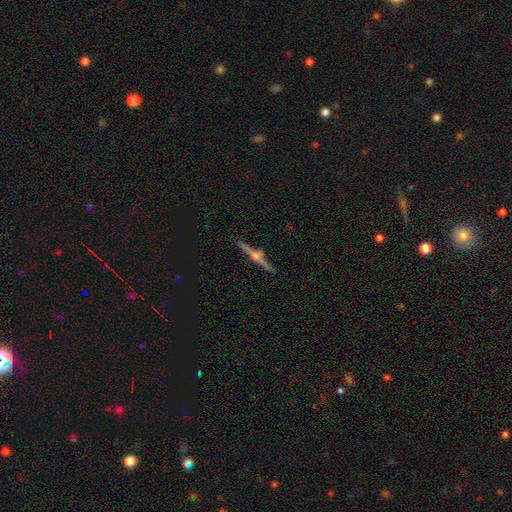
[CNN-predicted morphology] Q: Smooth or featured?
A: featured or disk (85%); runner-up: smooth (9%)
Q: Edge-on disk?
A: yes (98%); runner-up: no (2%)
Q: Edge-on bulge?
A: rounded (90%); runner-up: boxy (5%)
Q: Merging?
A: none (90%); runner-up: minor disturbance (7%)